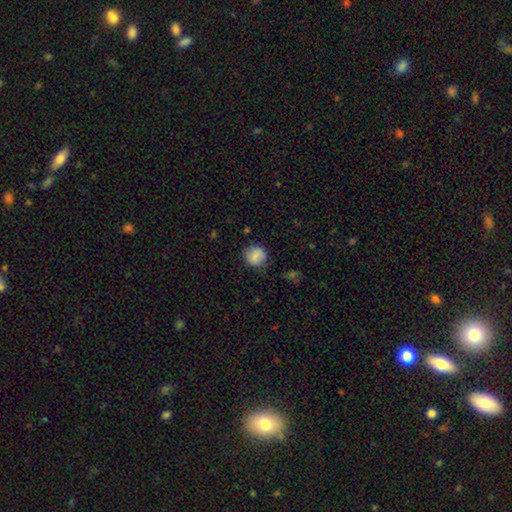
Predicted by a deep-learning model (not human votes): Smooth or featured?
  - smooth: 80% *
  - featured or disk: 12%
  - star or artifact: 8%
How rounded?
  - round: 86% *
  - in between: 13%
  - cigar-shaped: 1%
Merging?
  - none: 81% *
  - minor disturbance: 14%
  - major disturbance: 4%
  - merger: 1%